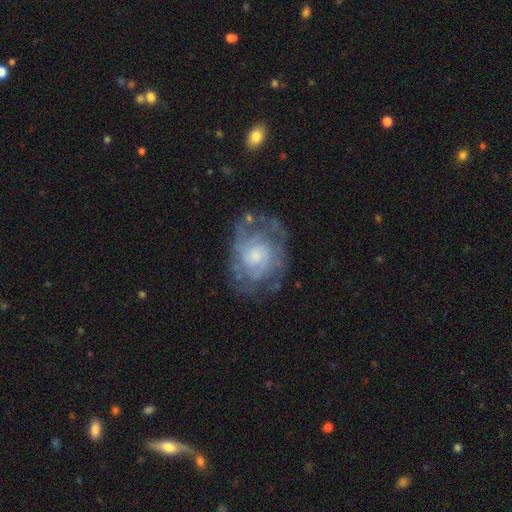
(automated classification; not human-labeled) Q: Smooth or featured?
A: featured or disk (77%); runner-up: smooth (17%)
Q: Edge-on disk?
A: no (97%); runner-up: yes (3%)
Q: Bar?
A: no (74%); runner-up: weak (23%)
Q: Spiral arms?
A: yes (84%); runner-up: no (16%)
Q: Spiral winding?
A: tight (53%); runner-up: medium (35%)
Q: Spiral arm count?
A: can't tell (43%); runner-up: 2 (27%)
Q: Bulge size?
A: small (53%); runner-up: moderate (33%)
Q: Merging?
A: none (64%); runner-up: minor disturbance (20%)